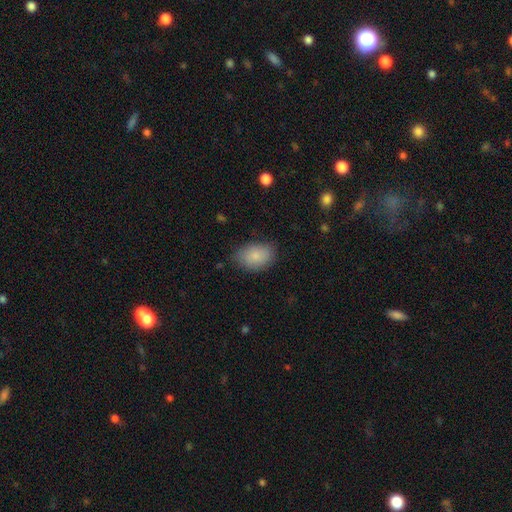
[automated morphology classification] smooth 85%, featured or disk 8%, star or artifact 7%. Down the decision tree: how rounded — in between (85%); merging — none (77%).